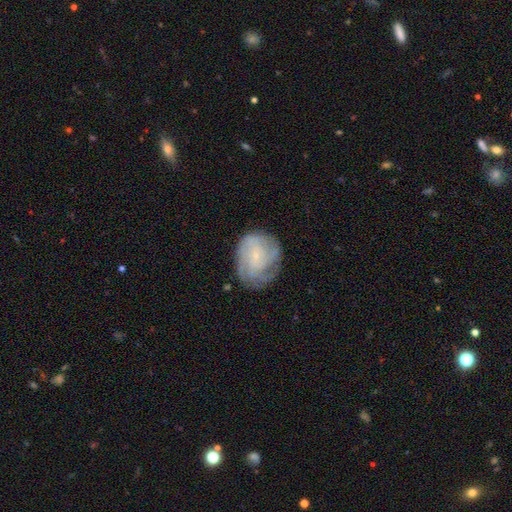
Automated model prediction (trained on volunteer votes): Smooth or featured?
  - featured or disk: 68% *
  - smooth: 24%
  - star or artifact: 8%
Edge-on disk?
  - no: 98% *
  - yes: 2%
Bar?
  - no: 69% *
  - weak: 27%
  - strong: 4%
Spiral arms?
  - yes: 88% *
  - no: 12%
Spiral winding?
  - tight: 58% *
  - medium: 31%
  - loose: 11%
Spiral arm count?
  - can't tell: 43% *
  - 3: 17%
  - 4: 16%
  - 2: 12%
  - more than 4: 6%
  - 1: 6%
Bulge size?
  - small: 81% *
  - moderate: 10%
  - none: 6%
  - large: 1%
  - dominant: 1%
Merging?
  - none: 65% *
  - minor disturbance: 23%
  - major disturbance: 11%
  - merger: 1%